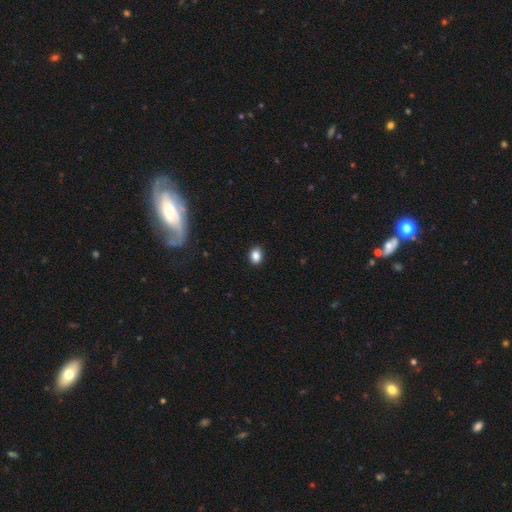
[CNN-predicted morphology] Smooth or featured? Predicted: smooth (p=0.85). How rounded? Predicted: in between (p=0.62). Merging? Predicted: none (p=0.90).